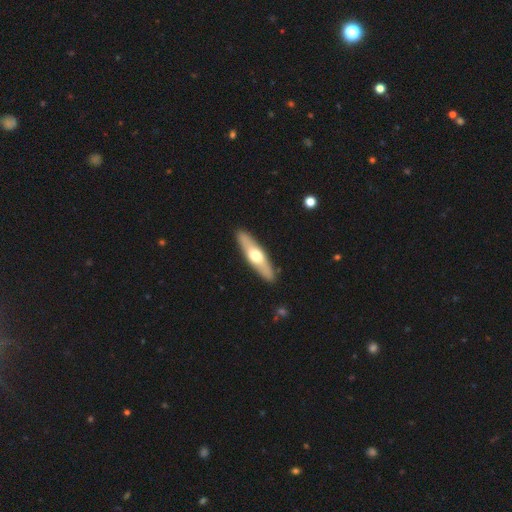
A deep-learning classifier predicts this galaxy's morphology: featured or disk 50%, smooth 46%, star or artifact 5%. Down the decision tree: merging — none (90%).